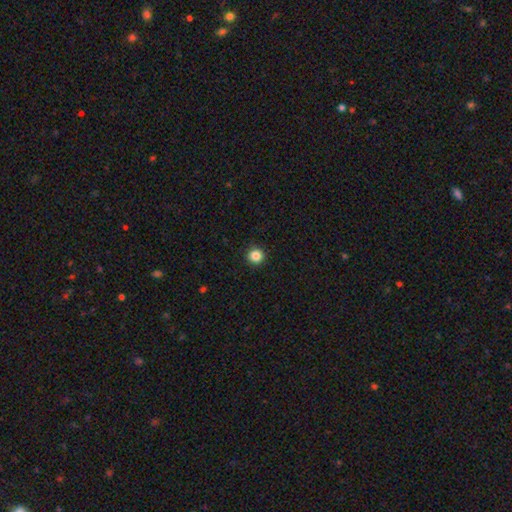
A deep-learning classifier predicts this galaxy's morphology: Q: Smooth or featured?
A: smooth (85%); runner-up: star or artifact (11%)
Q: How rounded?
A: round (95%); runner-up: in between (4%)
Q: Merging?
A: none (93%); runner-up: minor disturbance (4%)